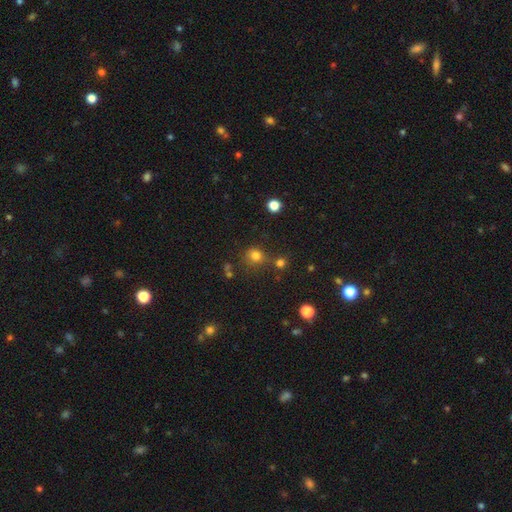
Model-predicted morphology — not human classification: A smooth galaxy with no disk features (75%) that is round (86%).

Vote fractions:
- Smooth or featured? smooth: 75% / star or artifact: 19% / featured or disk: 6%
- How rounded? round: 86% / in between: 13% / cigar-shaped: 1%
- Merging? none: 71% / merger: 13% / minor disturbance: 12% / major disturbance: 5%